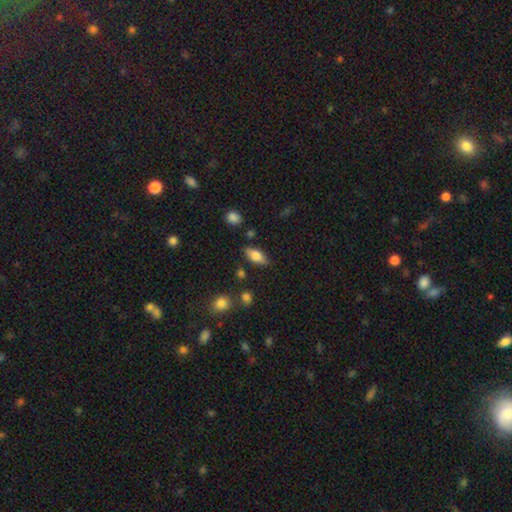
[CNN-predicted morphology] Smooth or featured? smooth (67%)
How rounded? in between (80%)
Merging? none (82%)